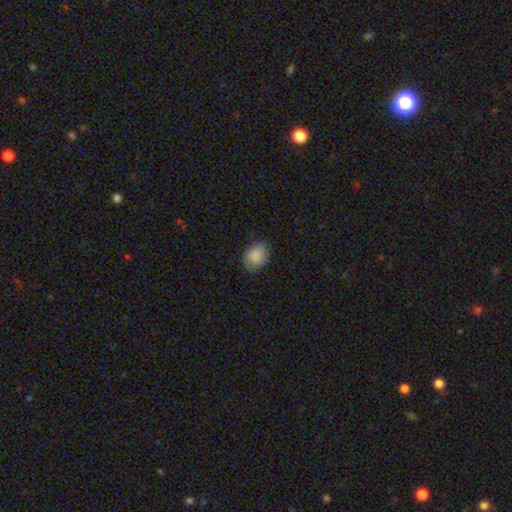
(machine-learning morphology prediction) Smooth or featured: smooth — 88% (star or artifact — 7%)
How rounded: in between — 60% (round — 39%)
Merging: none — 79% (minor disturbance — 17%)